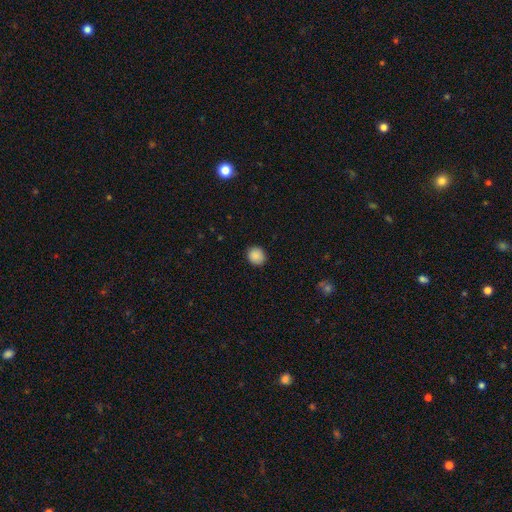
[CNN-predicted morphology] The model was most divided on "how rounded": round: 86%, in between: 13%, cigar-shaped: 1%. More confident: merging — none (90%); smooth or featured — smooth (89%).